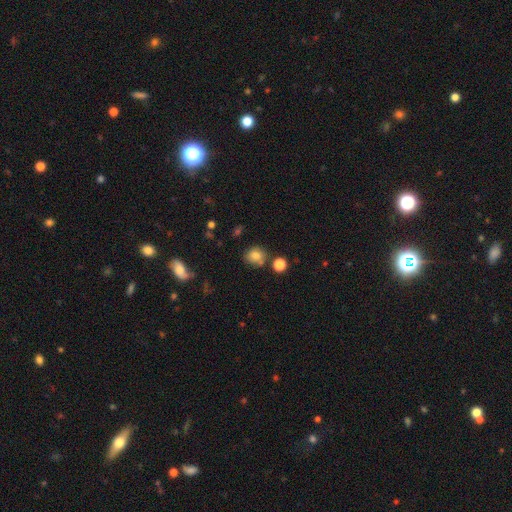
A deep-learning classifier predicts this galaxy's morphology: This appears to be a smooth galaxy with no disk features (79%) that is round (80%). Merging: none (72%).